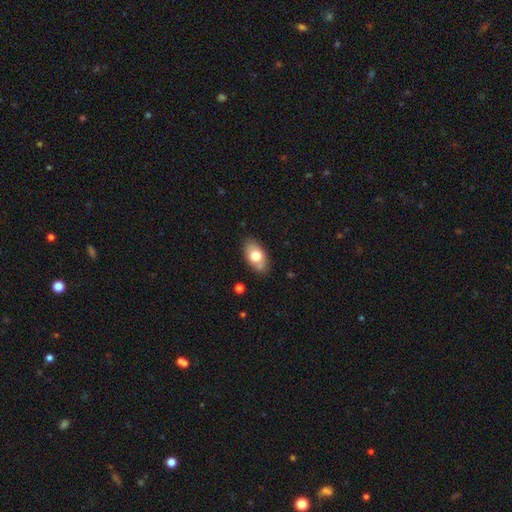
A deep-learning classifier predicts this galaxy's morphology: type=smooth (72%); roundness=in between (91%); merging=none (78%).